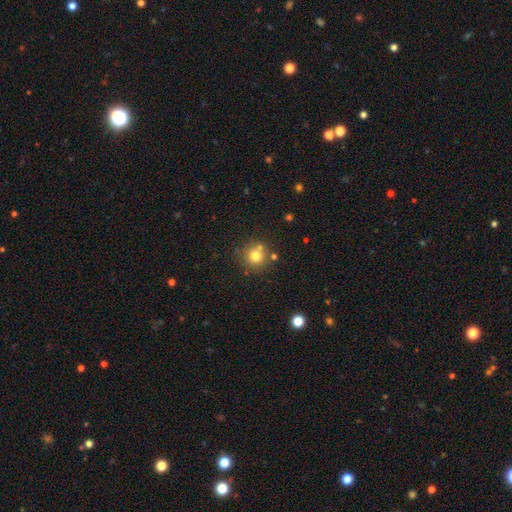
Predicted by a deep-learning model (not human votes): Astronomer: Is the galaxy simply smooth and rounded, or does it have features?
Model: smooth — 76%.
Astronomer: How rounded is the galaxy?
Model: round — 93%.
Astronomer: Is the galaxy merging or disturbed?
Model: none — 74%.